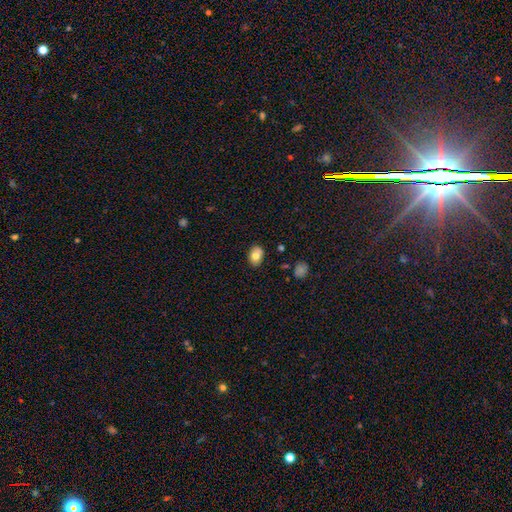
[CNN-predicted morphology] This is likely a smooth galaxy (77%). How rounded: clearly in between (81%). Merging: clearly none (81%).